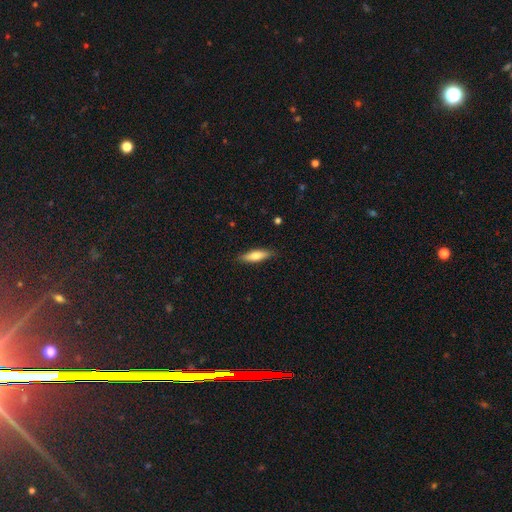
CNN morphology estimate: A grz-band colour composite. It shows a smooth galaxy with no disk features (71%) that is cigar-shaped (59%). Merging: none (87%).